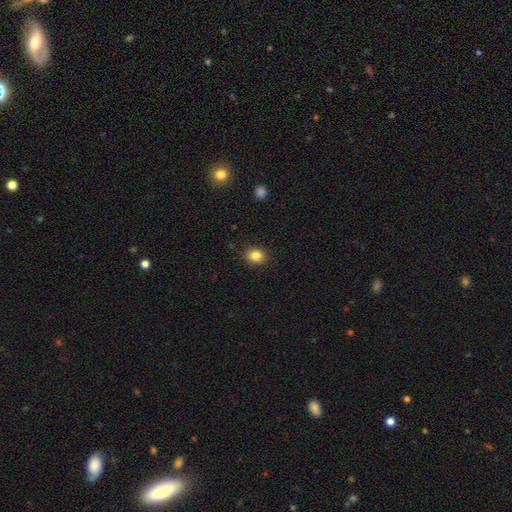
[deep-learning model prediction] Smooth or featured?
  - smooth: 84% *
  - star or artifact: 11%
  - featured or disk: 6%
How rounded?
  - round: 63% *
  - in between: 36%
  - cigar-shaped: 1%
Merging?
  - none: 89% *
  - minor disturbance: 8%
  - major disturbance: 2%
  - merger: 1%